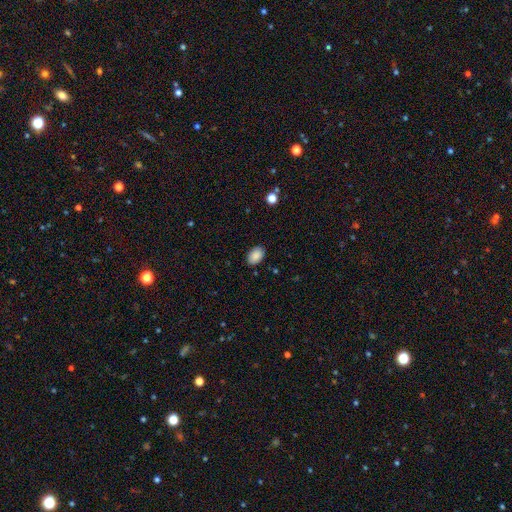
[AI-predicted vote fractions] Smooth or featured?
  - smooth: 89% *
  - star or artifact: 8%
  - featured or disk: 4%
How rounded?
  - in between: 87% *
  - round: 12%
  - cigar-shaped: 1%
Merging?
  - none: 87% *
  - minor disturbance: 9%
  - major disturbance: 2%
  - merger: 1%